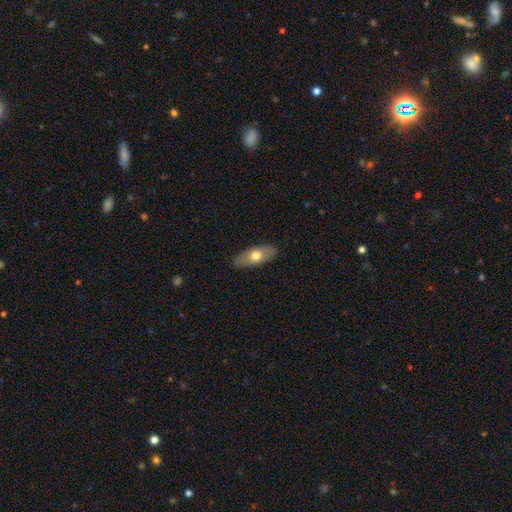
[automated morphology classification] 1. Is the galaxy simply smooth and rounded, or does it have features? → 61% smooth, 34% featured or disk, 6% star or artifact.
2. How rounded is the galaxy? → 82% in between, 14% cigar-shaped, 4% round.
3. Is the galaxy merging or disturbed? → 86% none, 11% minor disturbance, 2% major disturbance, 1% merger.